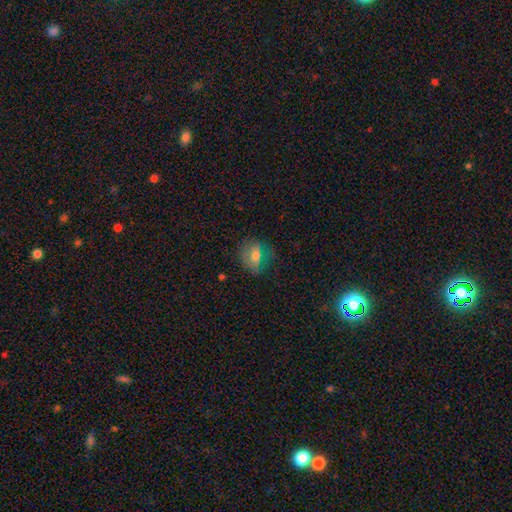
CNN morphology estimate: smooth-or-featured: smooth: 60% | featured or disk: 27% | star or artifact: 14%
  how-rounded: in between: 51% | round: 46% | cigar-shaped: 3%
  merging: none: 67% | minor disturbance: 21% | major disturbance: 10% | merger: 2%